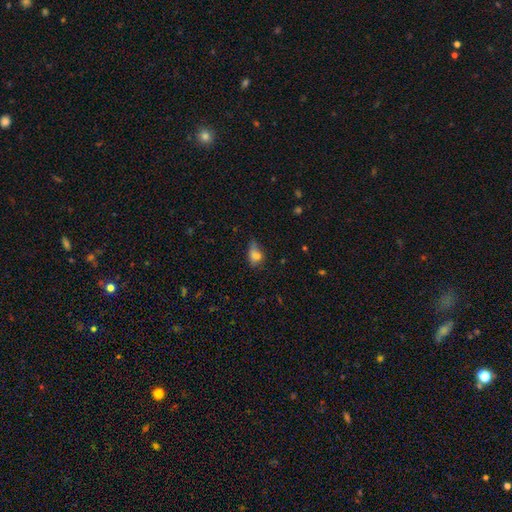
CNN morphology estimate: Smooth or featured? smooth (72%)
How rounded? in between (78%)
Merging? minor disturbance (39%)